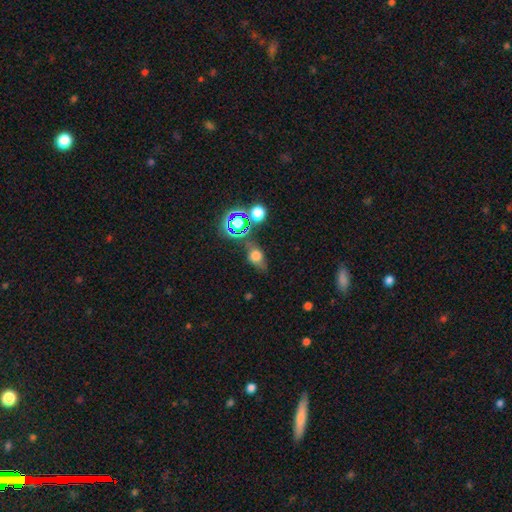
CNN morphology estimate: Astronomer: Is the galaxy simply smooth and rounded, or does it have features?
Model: smooth — 53%.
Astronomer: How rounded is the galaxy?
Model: in between — 58% (runner-up: round, 35%).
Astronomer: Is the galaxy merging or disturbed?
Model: none — 65%.